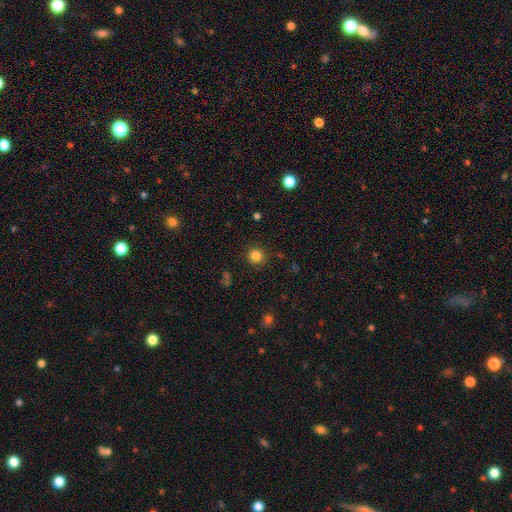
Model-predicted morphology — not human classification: Smooth or featured? smooth (83%)
How rounded? round (92%)
Merging? none (89%)